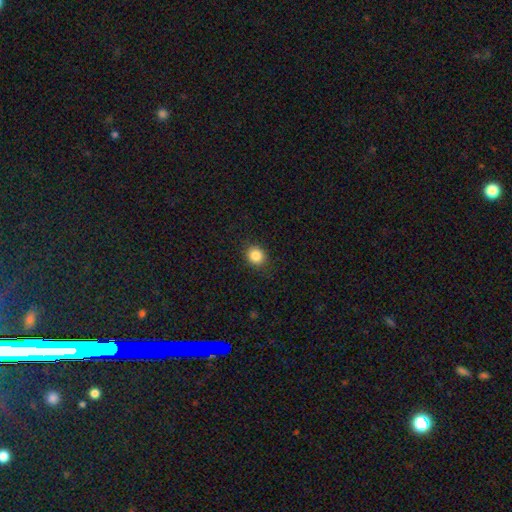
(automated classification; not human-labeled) The model was most divided on "how rounded": round: 78%, in between: 22%, cigar-shaped: 1%. More confident: merging — none (88%); smooth or featured — smooth (85%).